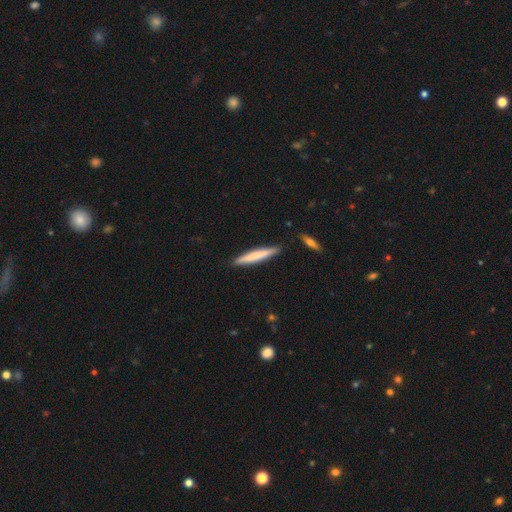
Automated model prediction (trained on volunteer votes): smooth 69%, featured or disk 26%, star or artifact 5%. Down the decision tree: how rounded — cigar-shaped (94%); merging — none (89%).